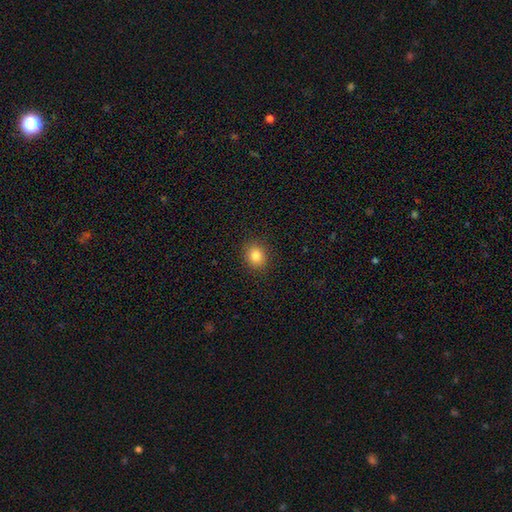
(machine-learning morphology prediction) The model was most divided on "how rounded": round: 69%, in between: 30%, cigar-shaped: 1%. More confident: merging — none (90%); smooth or featured — smooth (84%).